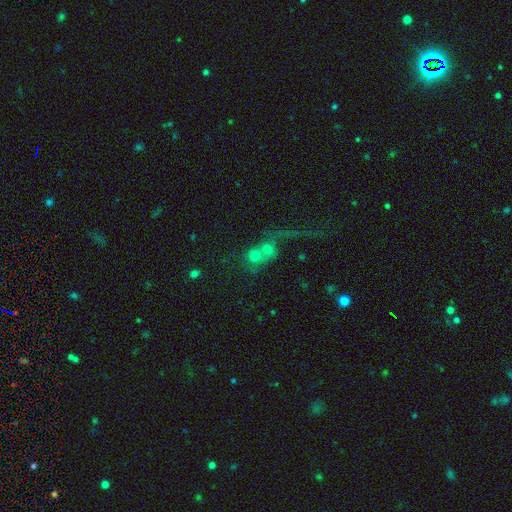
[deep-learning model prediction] smooth 59%, featured or disk 26%, star or artifact 16%. Down the decision tree: how rounded — round (76%); merging — merger (70%).